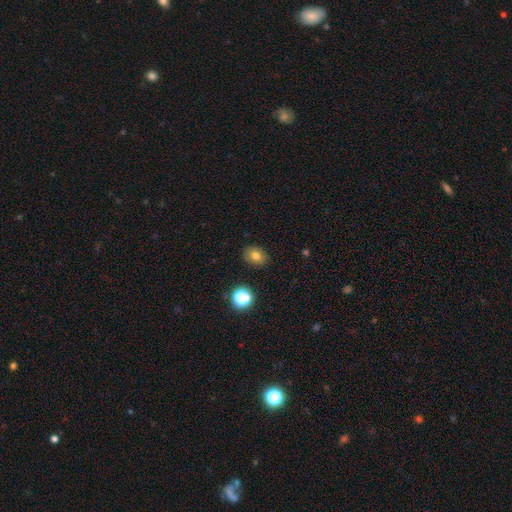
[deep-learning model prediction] Smooth or featured? Predicted: smooth (p=0.75). How rounded? Predicted: in between (p=0.50). Merging? Predicted: none (p=0.87).